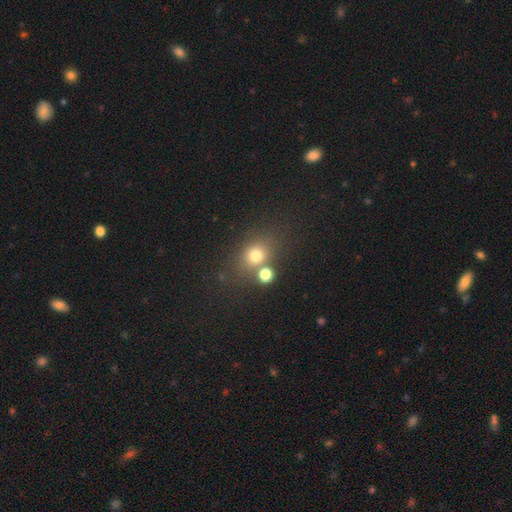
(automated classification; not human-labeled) smooth-or-featured: smooth: 72% | star or artifact: 17% | featured or disk: 11%
  how-rounded: round: 62% | in between: 36% | cigar-shaped: 2%
  merging: none: 61% | merger: 22% | minor disturbance: 11% | major disturbance: 5%